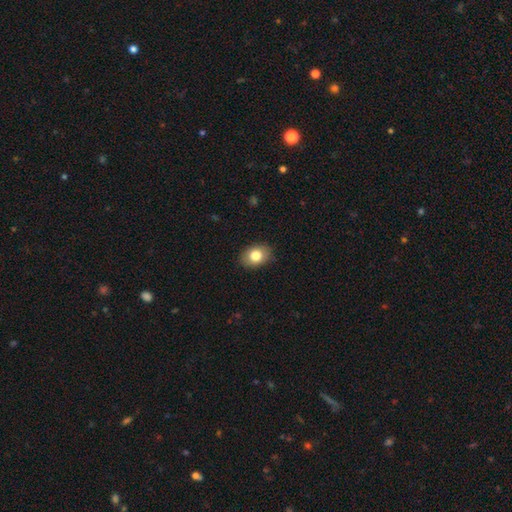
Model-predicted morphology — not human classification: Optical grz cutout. It shows a smooth galaxy with no disk features (82%) that is in between round and cigar-shaped (72%). Merging: none (88%).